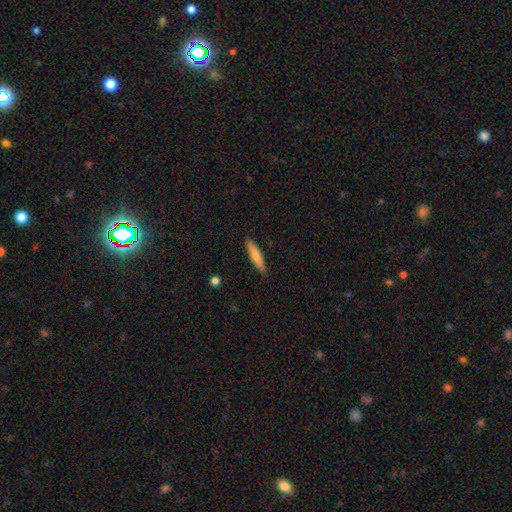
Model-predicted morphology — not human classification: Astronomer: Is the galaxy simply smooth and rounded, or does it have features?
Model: smooth — 71%.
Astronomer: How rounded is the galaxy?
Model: cigar-shaped — 86%.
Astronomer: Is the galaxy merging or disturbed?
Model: none — 89%.